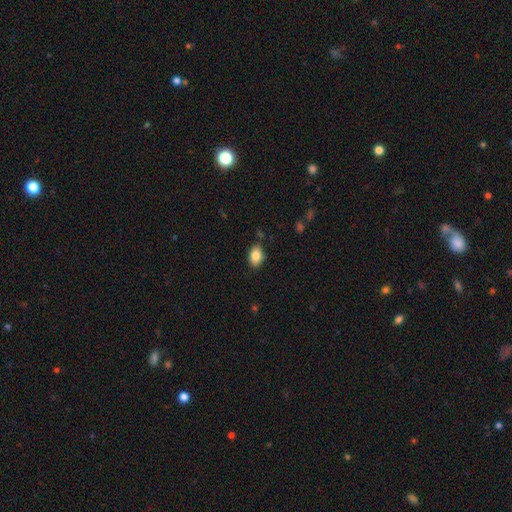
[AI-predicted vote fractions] Q: Smooth or featured?
A: smooth (84%); runner-up: featured or disk (8%)
Q: How rounded?
A: in between (83%); runner-up: round (15%)
Q: Merging?
A: none (81%); runner-up: minor disturbance (15%)